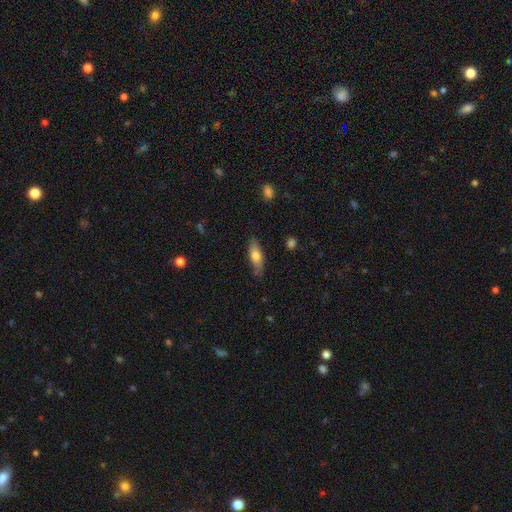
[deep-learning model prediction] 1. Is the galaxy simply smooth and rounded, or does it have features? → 68% smooth, 25% featured or disk, 6% star or artifact.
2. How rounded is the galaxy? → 61% in between, 37% cigar-shaped, 3% round.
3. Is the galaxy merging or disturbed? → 78% none, 17% minor disturbance, 3% major disturbance, 2% merger.